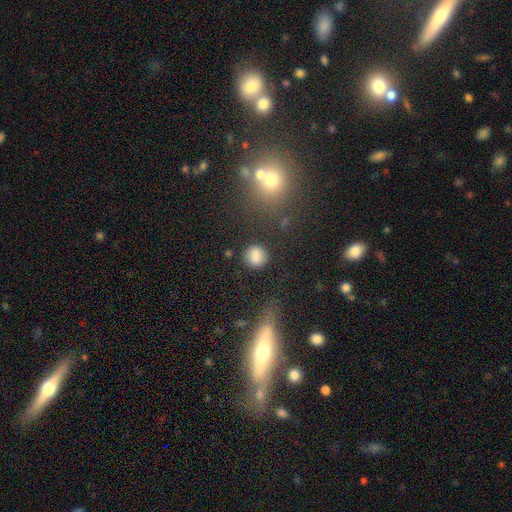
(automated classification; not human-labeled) This is clearly a smooth galaxy (81%). How rounded: likely round (79%). Merging: clearly none (80%).